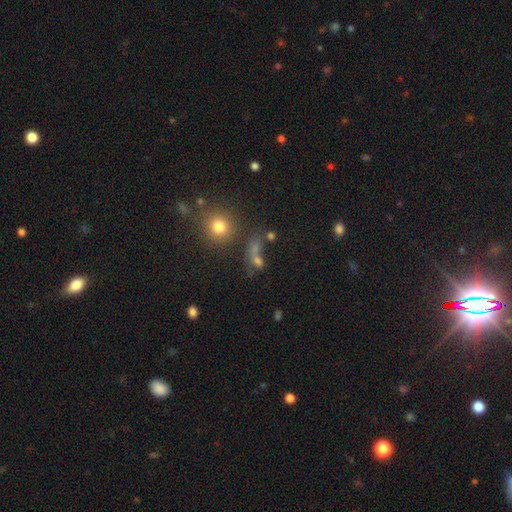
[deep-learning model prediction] Smooth or featured?
  - smooth: 53% *
  - star or artifact: 33%
  - featured or disk: 15%
How rounded?
  - round: 47% *
  - in between: 43%
  - cigar-shaped: 9%
Merging?
  - none: 48% *
  - merger: 27%
  - major disturbance: 13%
  - minor disturbance: 12%